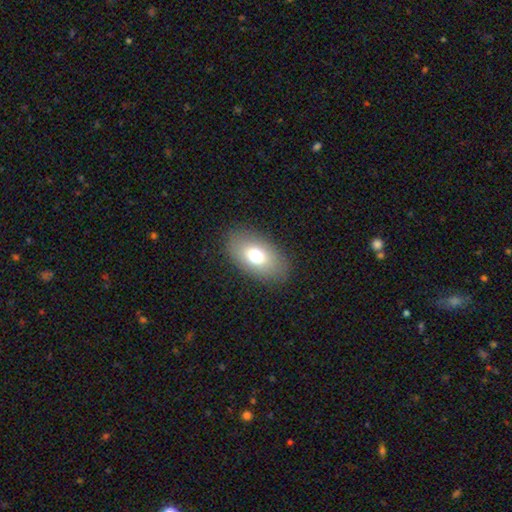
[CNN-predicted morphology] Smooth or featured: smooth — 71% (featured or disk — 19%)
How rounded: in between — 90% (round — 8%)
Merging: none — 85% (minor disturbance — 10%)